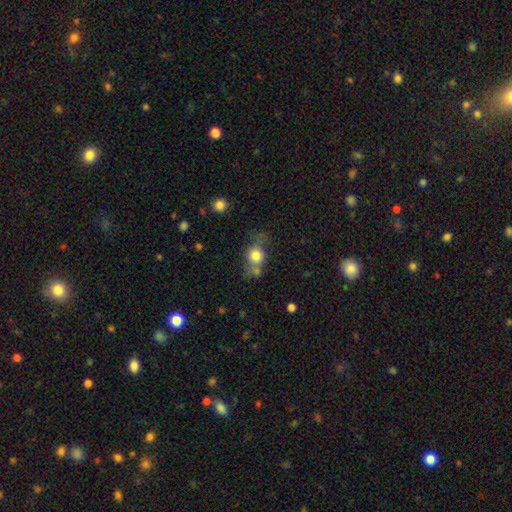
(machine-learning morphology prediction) Smooth or featured?
  - smooth: 76% *
  - featured or disk: 14%
  - star or artifact: 10%
How rounded?
  - round: 76% *
  - in between: 22%
  - cigar-shaped: 2%
Merging?
  - none: 48% *
  - merger: 23%
  - minor disturbance: 19%
  - major disturbance: 11%